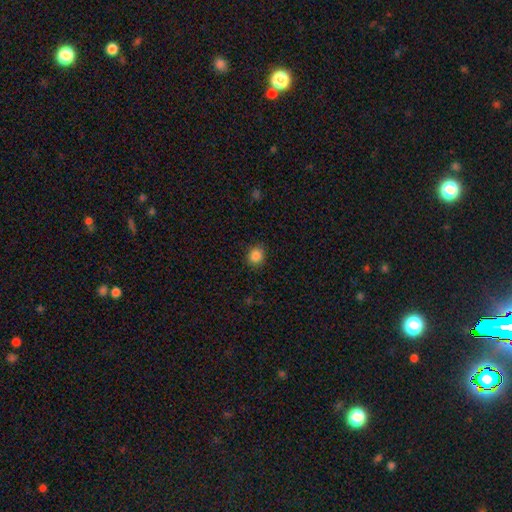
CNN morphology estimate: smooth 86%, star or artifact 11%, featured or disk 3%. Down the decision tree: how rounded — round (81%); merging — none (88%).